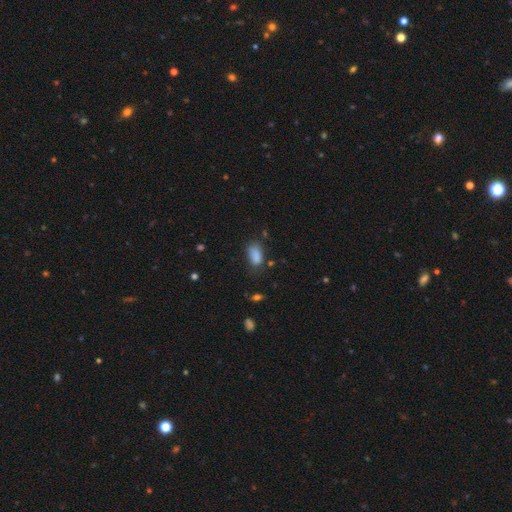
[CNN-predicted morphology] A smooth galaxy with no disk features (85%) that is in between round and cigar-shaped (89%). Merging: none (62%).